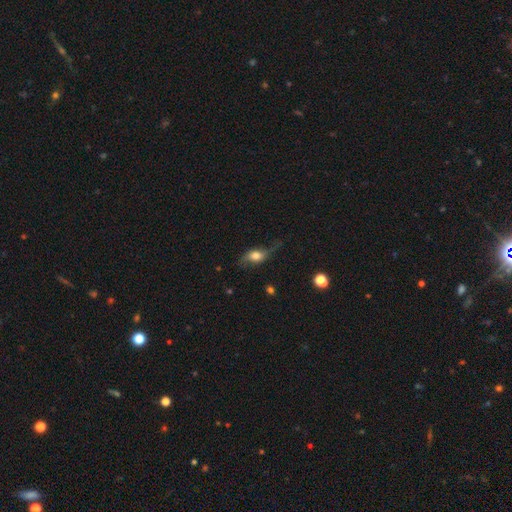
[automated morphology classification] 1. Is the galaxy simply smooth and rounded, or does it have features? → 47% featured or disk, 44% smooth, 9% star or artifact.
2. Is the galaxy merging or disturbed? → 51% none, 26% minor disturbance, 19% major disturbance, 3% merger.